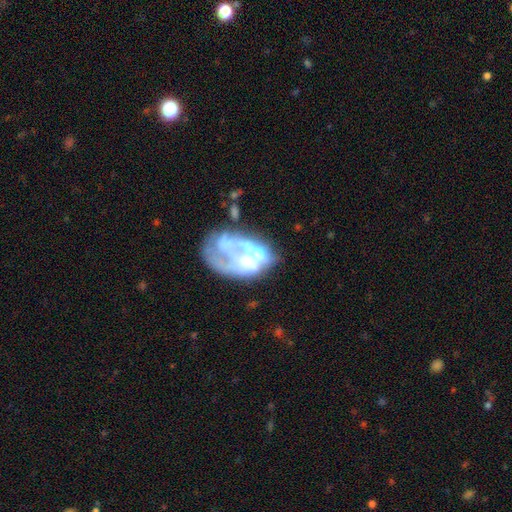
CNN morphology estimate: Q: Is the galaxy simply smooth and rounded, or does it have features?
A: featured or disk — 68%.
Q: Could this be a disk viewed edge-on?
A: no — 98%.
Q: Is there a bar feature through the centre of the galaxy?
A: no — 85%.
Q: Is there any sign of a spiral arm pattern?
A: no — 77%.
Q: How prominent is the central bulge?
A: none — 48%.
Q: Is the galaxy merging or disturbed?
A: none — 33%.